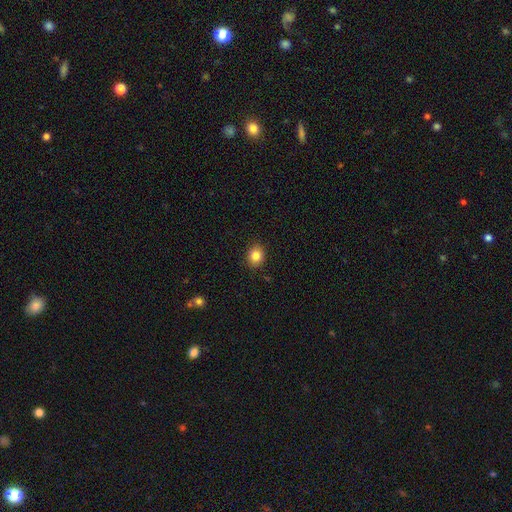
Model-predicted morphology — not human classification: Smooth or featured?
  - smooth: 84% *
  - star or artifact: 10%
  - featured or disk: 6%
How rounded?
  - round: 65% *
  - in between: 34%
  - cigar-shaped: 1%
Merging?
  - none: 89% *
  - minor disturbance: 8%
  - major disturbance: 2%
  - merger: 1%